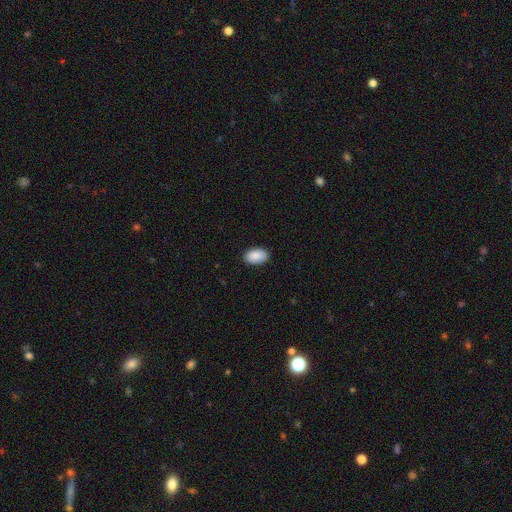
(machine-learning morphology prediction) Smooth or featured? smooth (90%)
How rounded? in between (93%)
Merging? none (88%)